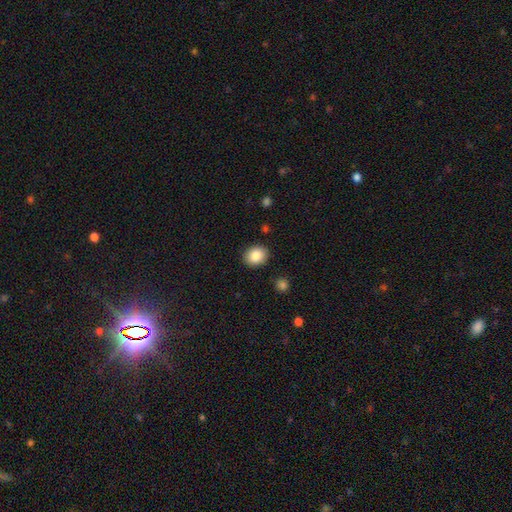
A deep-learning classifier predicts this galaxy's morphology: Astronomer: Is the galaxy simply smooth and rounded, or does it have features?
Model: smooth — 86%.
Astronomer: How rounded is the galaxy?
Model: round — 53% (runner-up: in between, 46%).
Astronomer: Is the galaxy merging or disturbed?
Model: none — 89%.